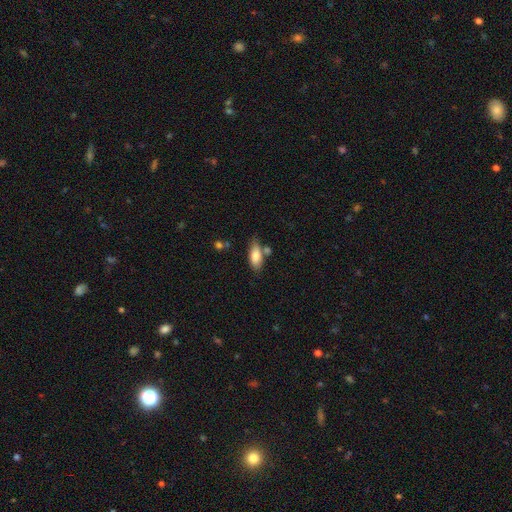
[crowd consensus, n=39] smooth_or_featured: smooth (p=0.90) [alt: featured or disk p=0.08]
how_rounded: in between (p=0.80) [alt: cigar-shaped p=0.20]
merging: none (p=0.50) [alt: minor disturbance p=0.34]